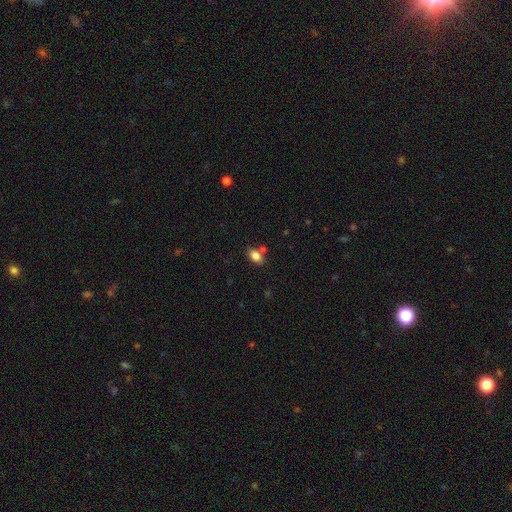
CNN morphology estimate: type=smooth (84%); roundness=in between (85%); merging=none (69%).